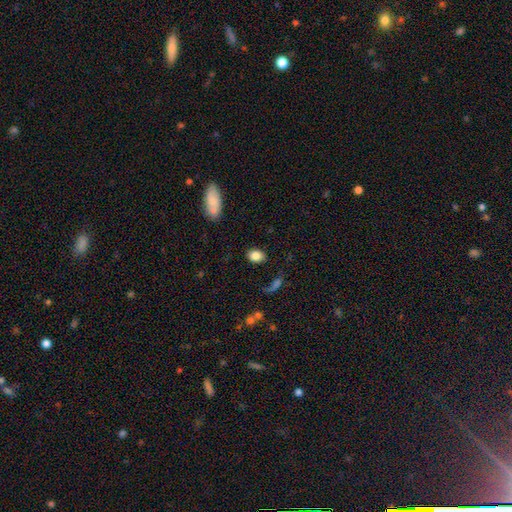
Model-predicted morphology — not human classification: Smooth or featured?
  - smooth: 84% *
  - star or artifact: 9%
  - featured or disk: 7%
How rounded?
  - in between: 74% *
  - round: 24%
  - cigar-shaped: 1%
Merging?
  - none: 81% *
  - minor disturbance: 12%
  - major disturbance: 4%
  - merger: 2%